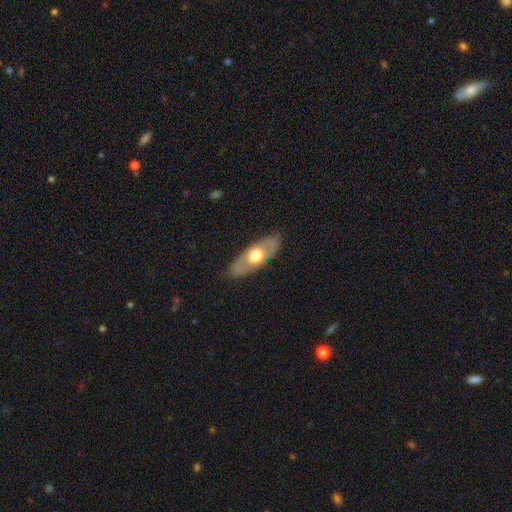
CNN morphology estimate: This appears to be a featured or disk galaxy (50%). Merging: none (83%).